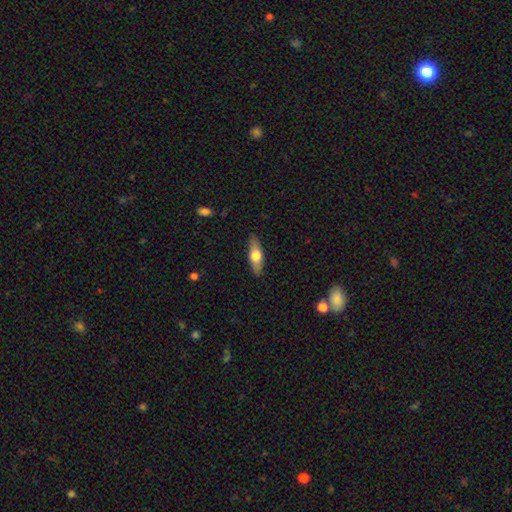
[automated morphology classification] smooth-or-featured: smooth: 61% | featured or disk: 33% | star or artifact: 6%
  how-rounded: in between: 56% | cigar-shaped: 41% | round: 3%
  merging: none: 87% | minor disturbance: 10% | major disturbance: 2% | merger: 1%